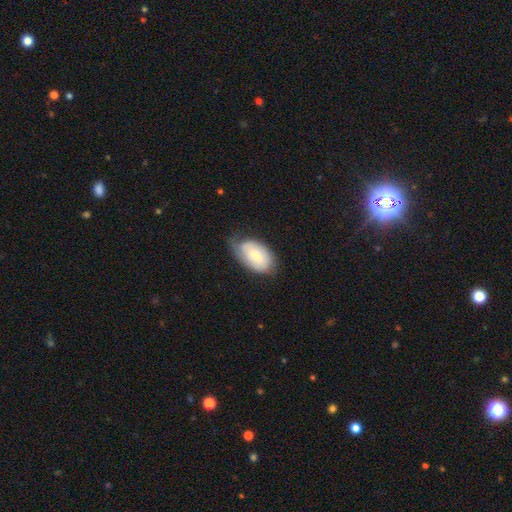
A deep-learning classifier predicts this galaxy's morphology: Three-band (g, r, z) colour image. It shows a smooth galaxy with no disk features (58%) that is in between round and cigar-shaped (93%). Merging: none (52%).